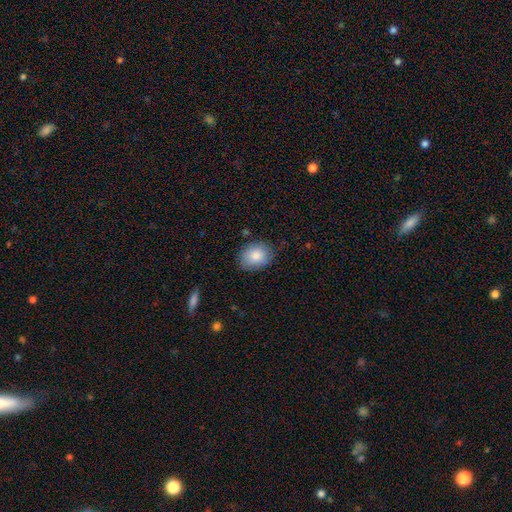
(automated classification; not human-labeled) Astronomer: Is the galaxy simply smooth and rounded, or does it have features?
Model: smooth — 85%.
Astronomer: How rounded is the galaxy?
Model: in between — 59% (runner-up: round, 40%).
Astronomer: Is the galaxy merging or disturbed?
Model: none — 81%.